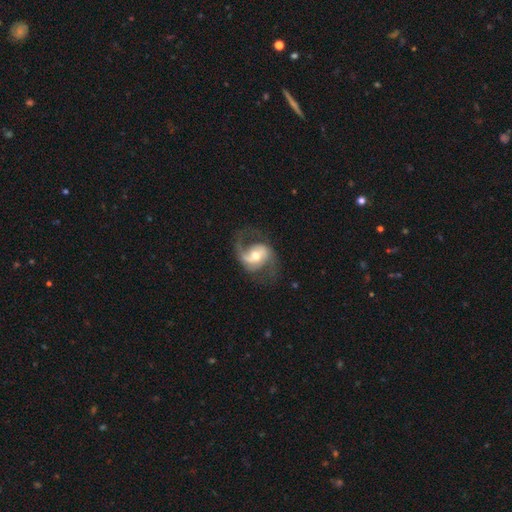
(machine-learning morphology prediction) The model was most divided on "spiral winding": medium: 47%, loose: 41%, tight: 12%. Remaining: edge-on disk — no (97%); spiral arms — yes (95%); smooth or featured — featured or disk (84%); spiral arm count — 2 (76%); bulge size — moderate (64%); merging — none (60%); bar — weak (44%).